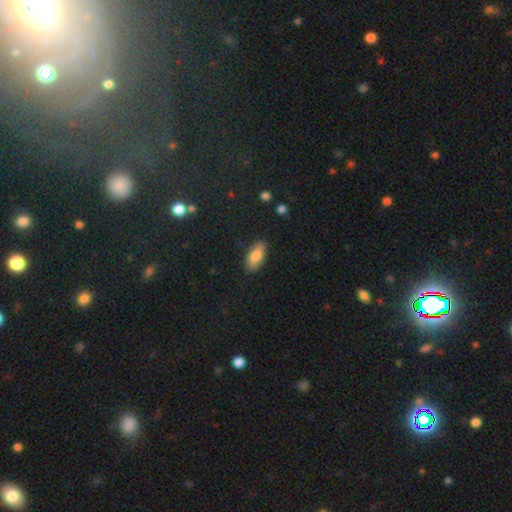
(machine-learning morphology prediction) This appears to be a smooth galaxy with no disk features (78%) that is in between round and cigar-shaped (87%). Merging: none (85%).